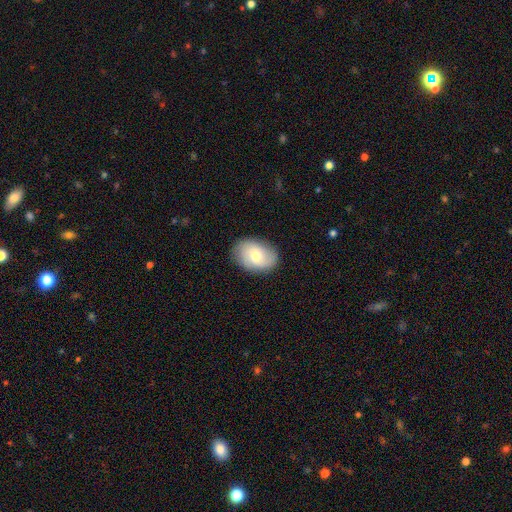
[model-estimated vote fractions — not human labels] smooth 60%, featured or disk 32%, star or artifact 7%. Down the decision tree: how rounded — in between (79%); merging — none (84%).